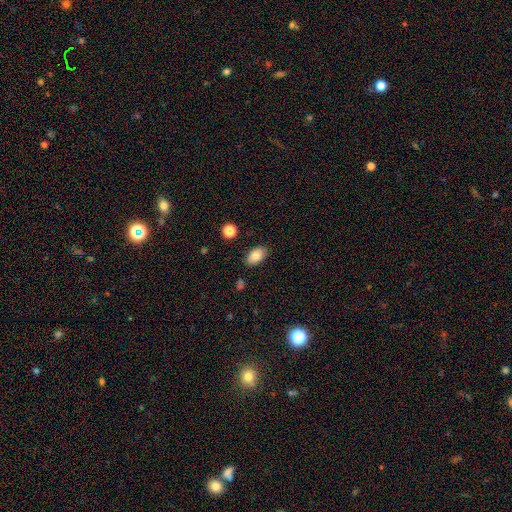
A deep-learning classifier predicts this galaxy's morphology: type=smooth (85%); roundness=in between (91%); merging=none (85%).